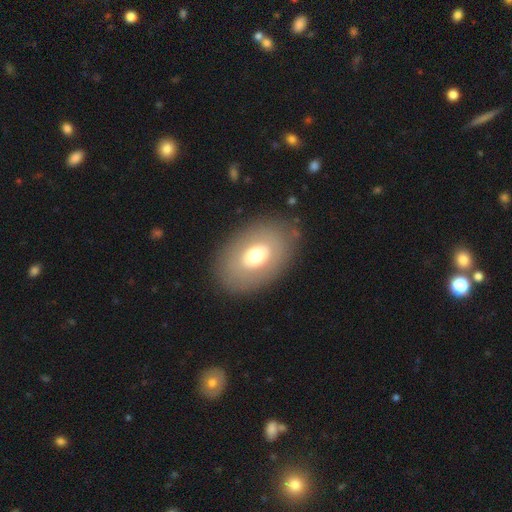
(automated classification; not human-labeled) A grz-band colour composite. It shows a smooth galaxy with no disk features (60%) that is in between round and cigar-shaped (84%). Merging: none (84%).